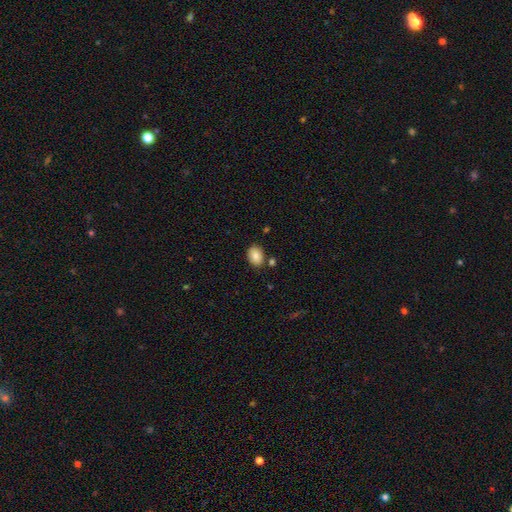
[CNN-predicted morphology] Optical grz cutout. It shows a smooth galaxy with no disk features (84%) that is in between round and cigar-shaped (72%). Merging: none (81%).